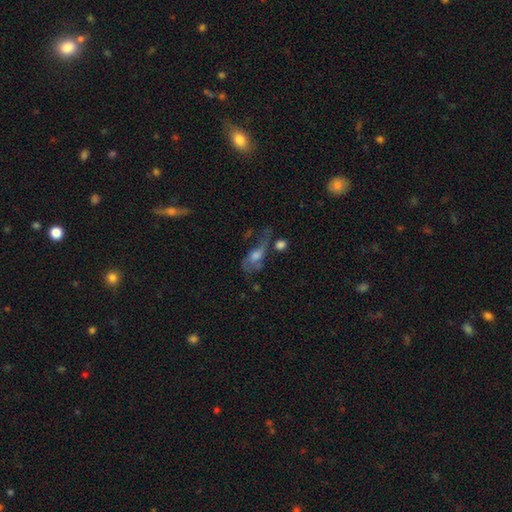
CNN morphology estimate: This is possibly a featured or disk galaxy (54%). It is clearly not viewed edge-on (85%). Merging: marginally major disturbance (37%).